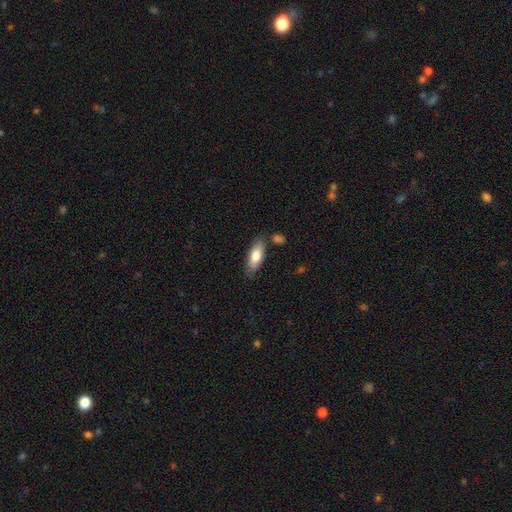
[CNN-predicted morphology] A smooth galaxy with no disk features (76%) that is in between round and cigar-shaped (68%). Merging: none (79%).